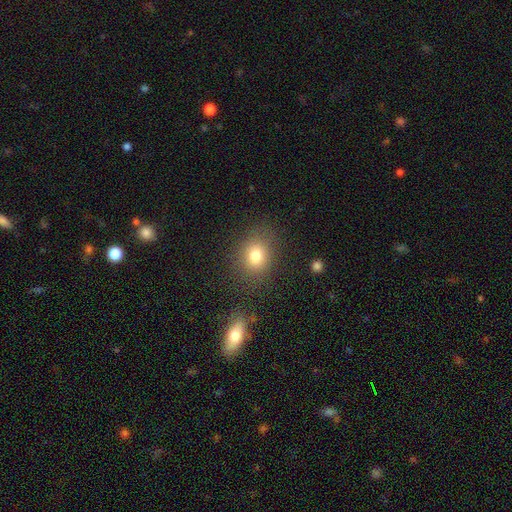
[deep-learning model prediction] This is likely a smooth galaxy (78%). How rounded: possibly round (55%). Merging: clearly none (80%).